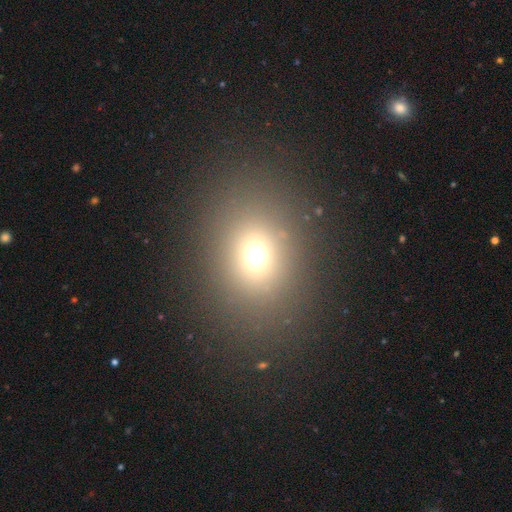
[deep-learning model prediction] Smooth or featured?
  - smooth: 67% *
  - star or artifact: 22%
  - featured or disk: 11%
How rounded?
  - round: 58% *
  - in between: 41%
  - cigar-shaped: 1%
Merging?
  - none: 83% *
  - minor disturbance: 8%
  - major disturbance: 6%
  - merger: 2%